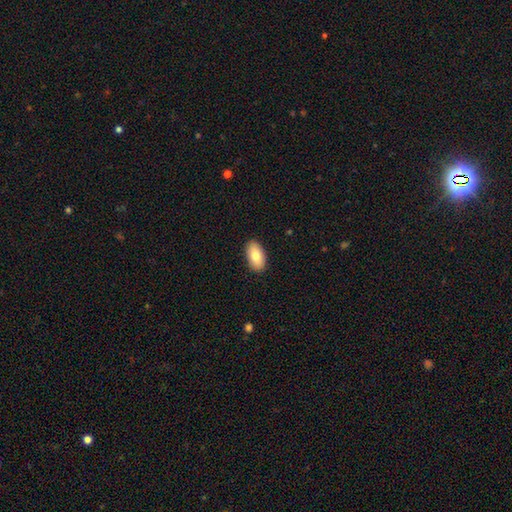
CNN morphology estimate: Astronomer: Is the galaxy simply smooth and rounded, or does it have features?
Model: smooth — 80%.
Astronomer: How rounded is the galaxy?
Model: in between — 94%.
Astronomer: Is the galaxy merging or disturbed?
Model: none — 90%.